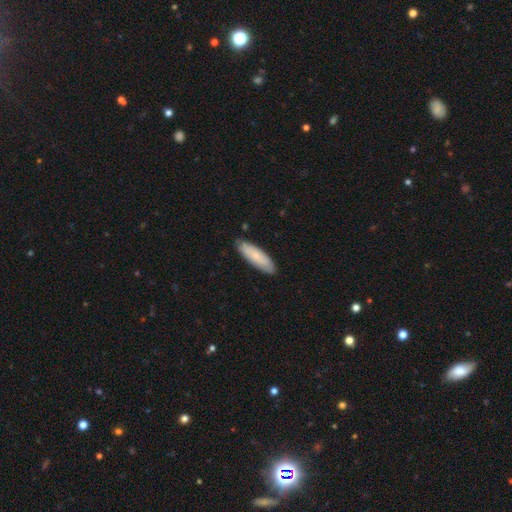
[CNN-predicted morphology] smooth-or-featured: smooth: 75% | featured or disk: 19% | star or artifact: 5%
  how-rounded: cigar-shaped: 52% | in between: 46% | round: 2%
  merging: none: 86% | minor disturbance: 11% | major disturbance: 2% | merger: 1%